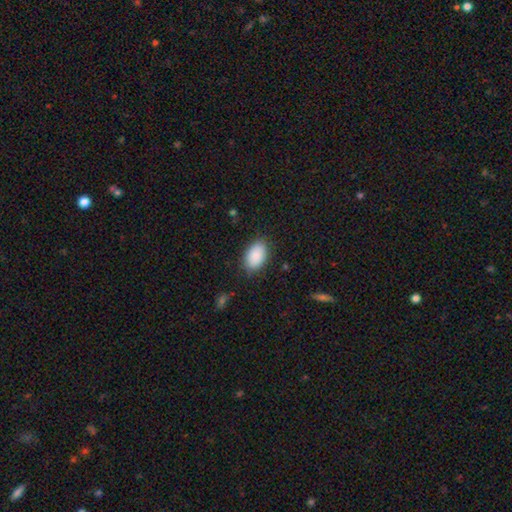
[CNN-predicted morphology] Smooth or featured? smooth (90%)
How rounded? in between (93%)
Merging? none (85%)